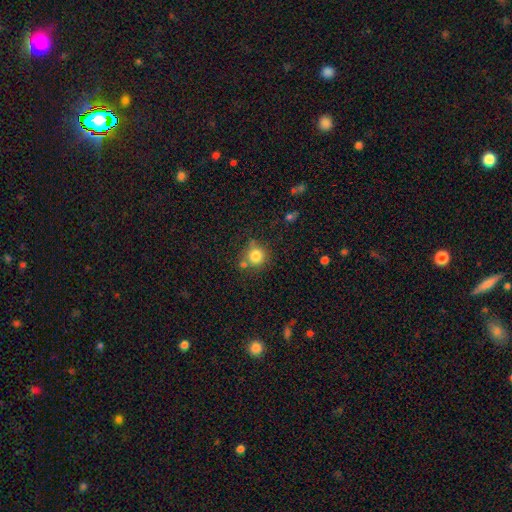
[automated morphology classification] A smooth galaxy with no disk features (82%) that is round (90%).

Vote fractions:
- Smooth or featured? smooth: 82% / star or artifact: 11% / featured or disk: 7%
- How rounded? round: 90% / in between: 9% / cigar-shaped: 1%
- Merging? none: 68% / minor disturbance: 14% / merger: 14% / major disturbance: 4%